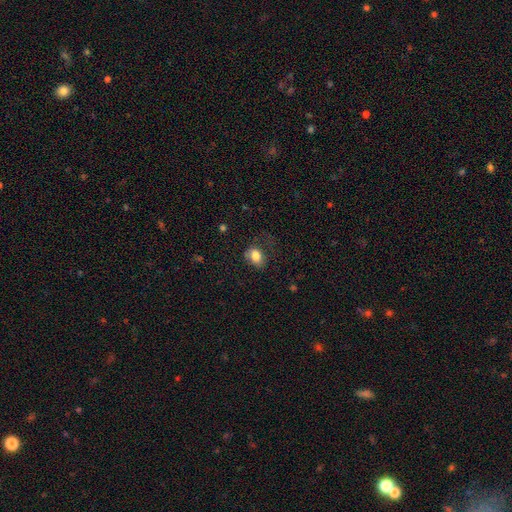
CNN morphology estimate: Smooth or featured?
  - smooth: 80% *
  - featured or disk: 11%
  - star or artifact: 9%
How rounded?
  - in between: 69% *
  - round: 30%
  - cigar-shaped: 1%
Merging?
  - none: 50% *
  - minor disturbance: 28%
  - major disturbance: 21%
  - merger: 2%